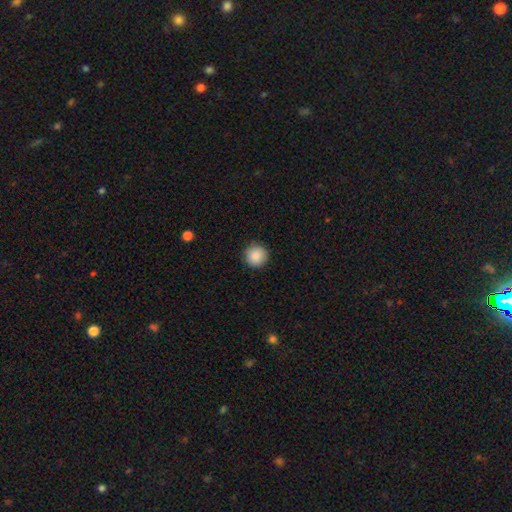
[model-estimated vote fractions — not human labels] Morphology: type=smooth (88%); roundness=round (95%); merging=none (91%).